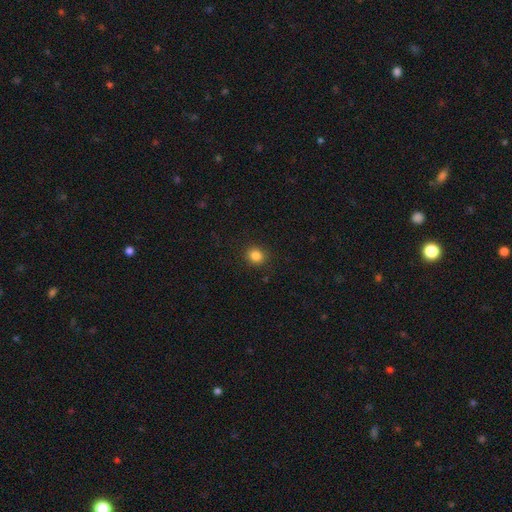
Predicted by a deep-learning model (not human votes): This appears to be a smooth galaxy with no disk features (84%) that is round (82%). Merging: none (90%).